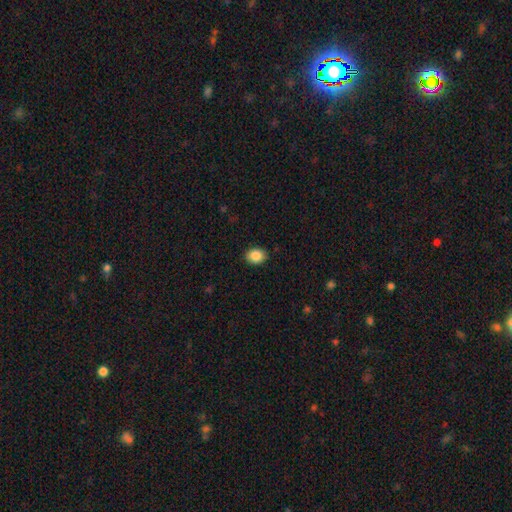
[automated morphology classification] smooth_or_featured: smooth (p=0.88) [alt: star or artifact p=0.08]
how_rounded: in between (p=0.61) [alt: round p=0.39]
merging: none (p=0.89) [alt: minor disturbance p=0.08]